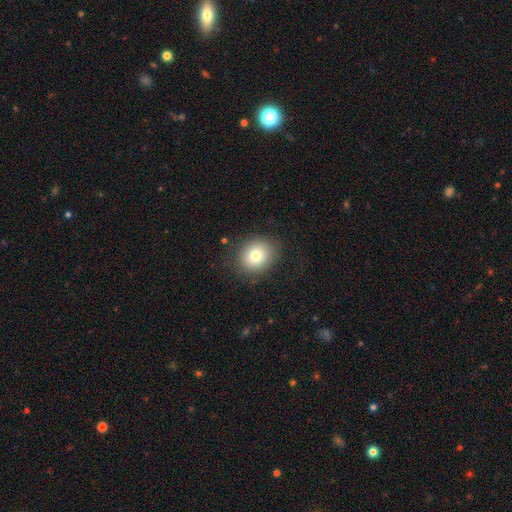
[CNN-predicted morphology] smooth-or-featured: smooth: 78% | star or artifact: 11% | featured or disk: 11%
  how-rounded: round: 67% | in between: 32% | cigar-shaped: 1%
  merging: none: 85% | minor disturbance: 10% | major disturbance: 4% | merger: 1%